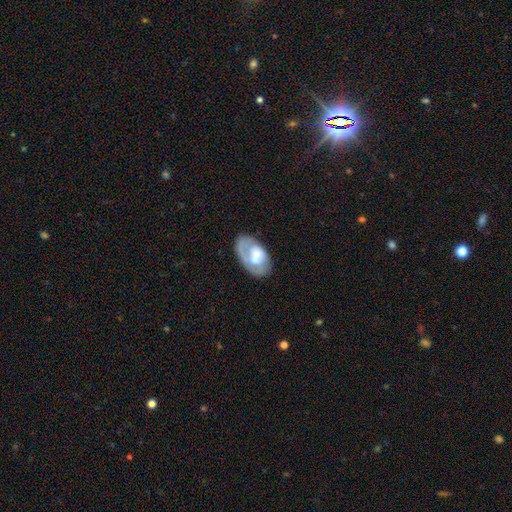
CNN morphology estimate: Smooth or featured? Predicted: featured or disk (p=0.48). Merging? Predicted: none (p=0.58).